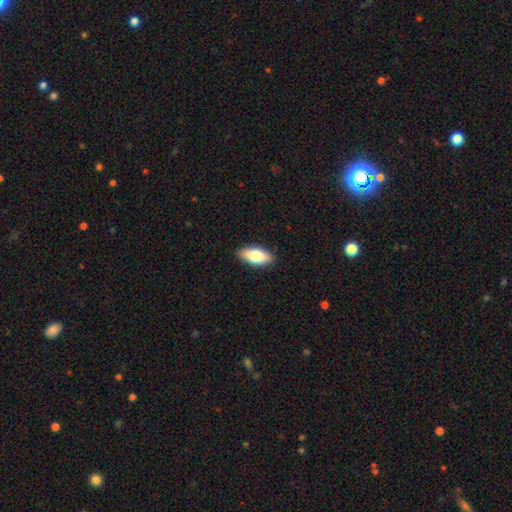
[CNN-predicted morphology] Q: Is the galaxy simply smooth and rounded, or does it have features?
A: smooth — 75%.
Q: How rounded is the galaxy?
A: in between — 83%.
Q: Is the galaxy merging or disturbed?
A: none — 89%.